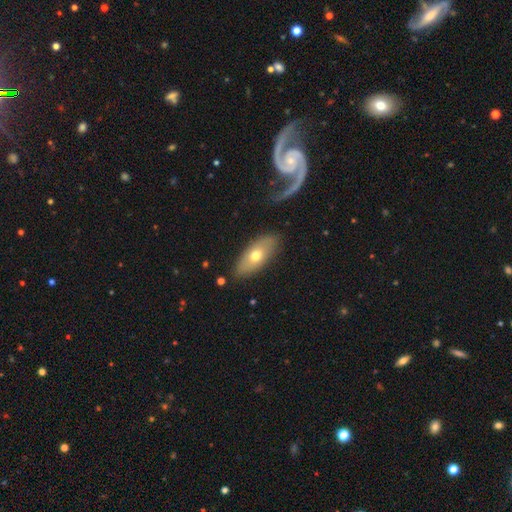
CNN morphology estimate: This is likely a smooth galaxy (64%). How rounded: clearly in between (82%). Merging: clearly none (84%).